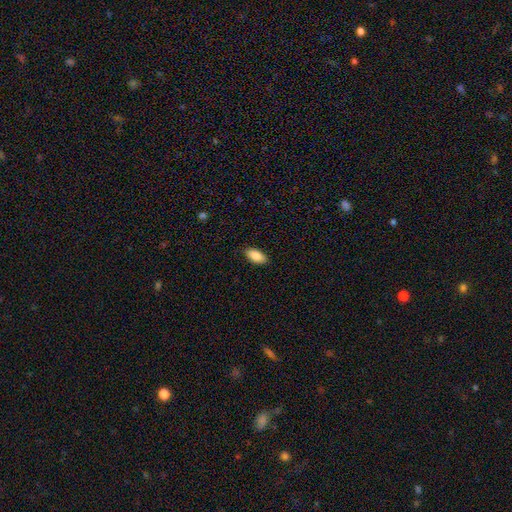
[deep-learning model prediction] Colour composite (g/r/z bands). It shows a smooth galaxy with no disk features (87%) that is in between round and cigar-shaped (93%). Merging: none (88%).